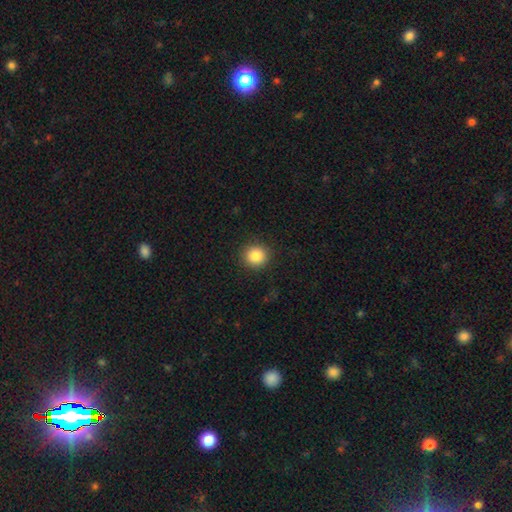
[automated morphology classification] This is clearly a smooth galaxy (87%). How rounded: clearly round (91%). Merging: clearly none (90%).